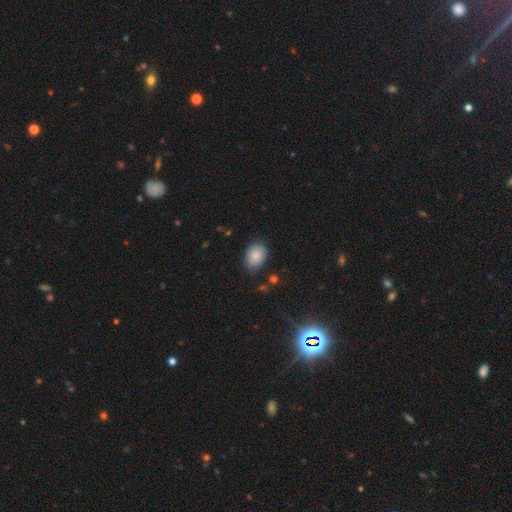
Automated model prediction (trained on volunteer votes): Smooth or featured? smooth (86%)
How rounded? in between (72%)
Merging? none (81%)